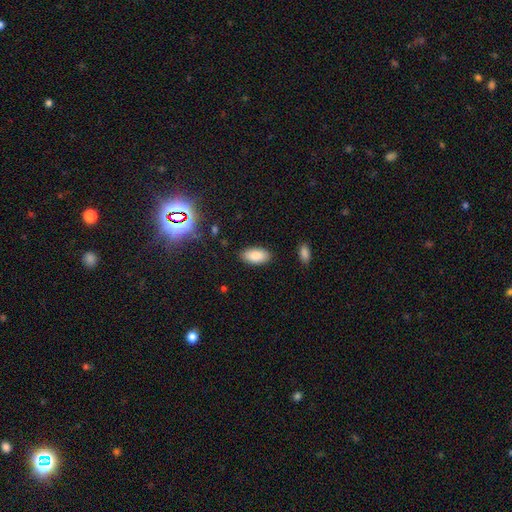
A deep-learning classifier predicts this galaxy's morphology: The model was most divided on "merging": none: 87%, minor disturbance: 9%, major disturbance: 2%, merger: 1%. More confident: how rounded — in between (94%); smooth or featured — smooth (86%).